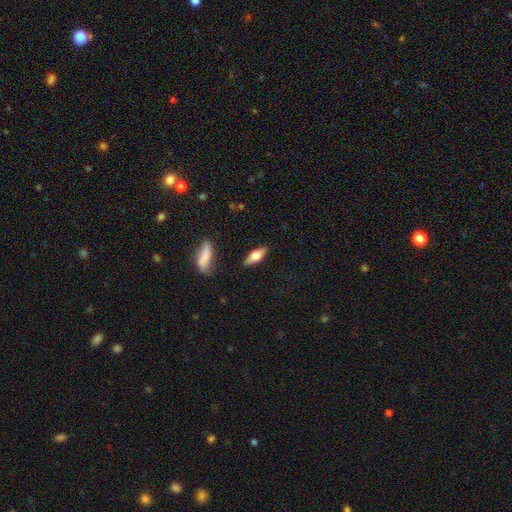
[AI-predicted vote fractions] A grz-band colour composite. It shows a featured or disk galaxy (47%). Merging: none (85%).